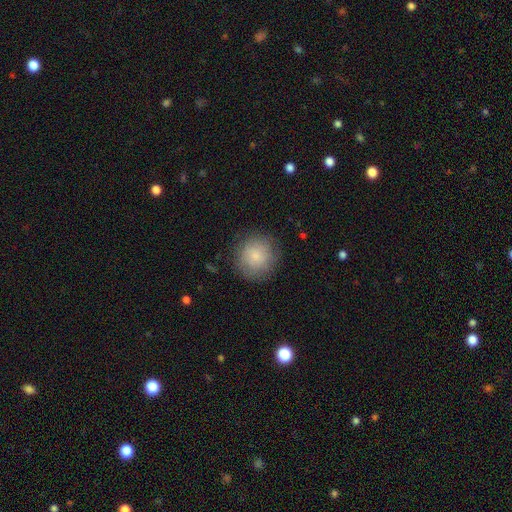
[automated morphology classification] Smooth or featured: smooth — 79% (featured or disk — 13%)
How rounded: round — 92% (in between — 7%)
Merging: none — 82% (minor disturbance — 13%)